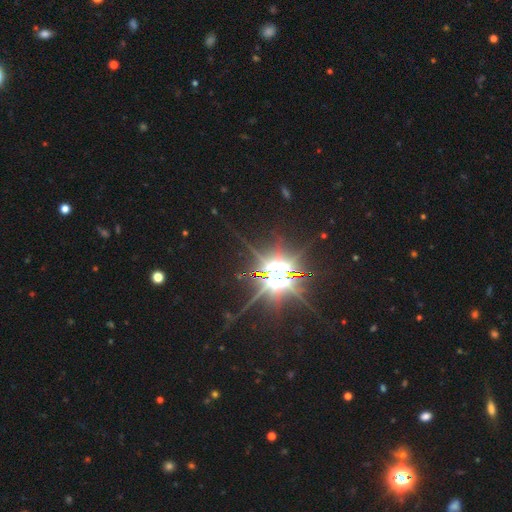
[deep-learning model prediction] Smooth or featured? Predicted: star or artifact (p=0.88).